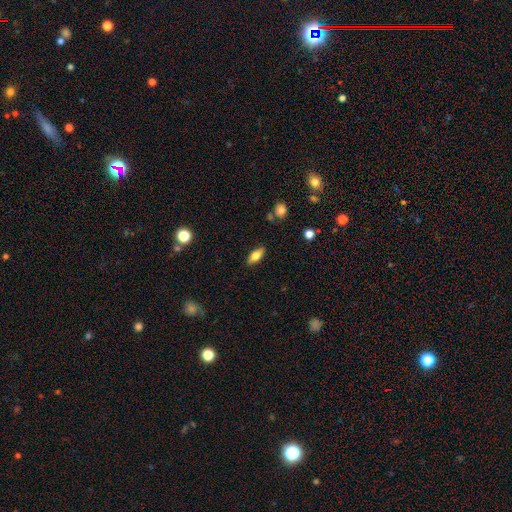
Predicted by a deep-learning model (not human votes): A smooth galaxy with no disk features (72%) that is in between round and cigar-shaped (82%). Merging: none (86%).